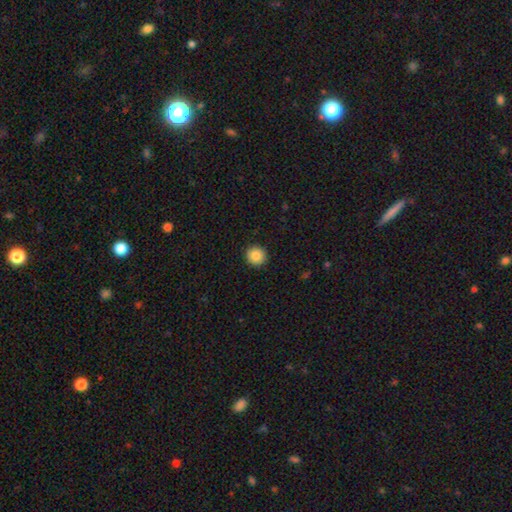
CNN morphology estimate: The model was most divided on "smooth or featured": smooth: 88%, star or artifact: 9%, featured or disk: 4%. More confident: merging — none (92%); how rounded — round (92%).